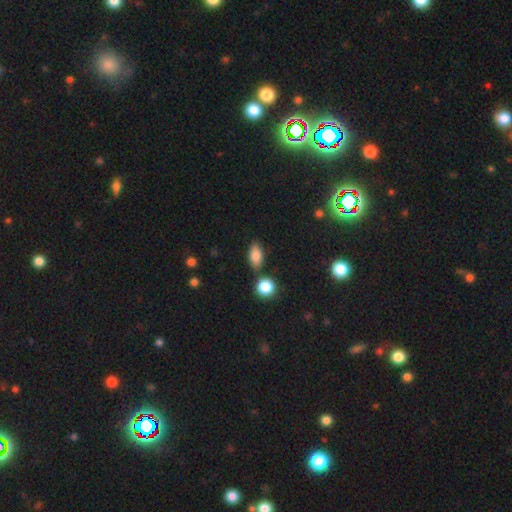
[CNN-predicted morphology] smooth_or_featured: smooth (p=0.82) [alt: star or artifact p=0.09]
how_rounded: in between (p=0.87) [alt: round p=0.07]
merging: none (p=0.78) [alt: minor disturbance p=0.12]